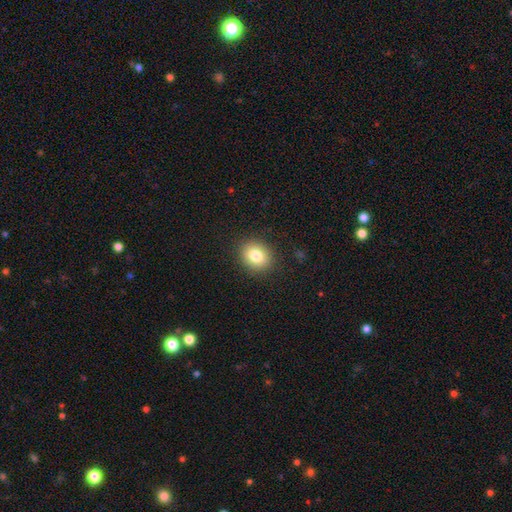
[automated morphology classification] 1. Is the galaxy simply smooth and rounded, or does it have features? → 81% smooth, 10% star or artifact, 9% featured or disk.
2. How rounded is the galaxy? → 69% round, 31% in between, 1% cigar-shaped.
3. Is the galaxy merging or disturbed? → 89% none, 7% minor disturbance, 2% major disturbance, 1% merger.